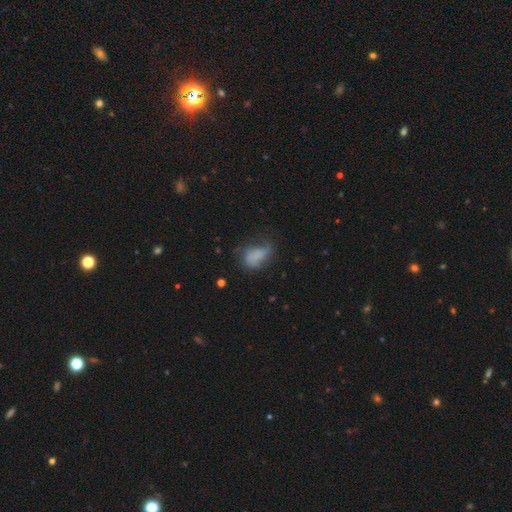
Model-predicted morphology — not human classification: Smooth or featured? smooth (62%)
How rounded? in between (84%)
Merging? major disturbance (33%)